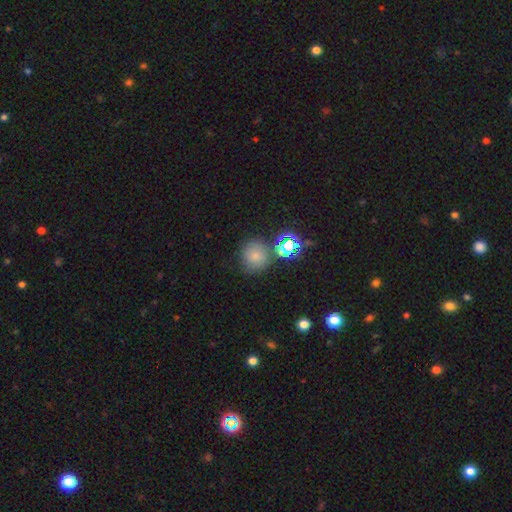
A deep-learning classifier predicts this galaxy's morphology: type=smooth (69%); roundness=round (88%); merging=none (70%).